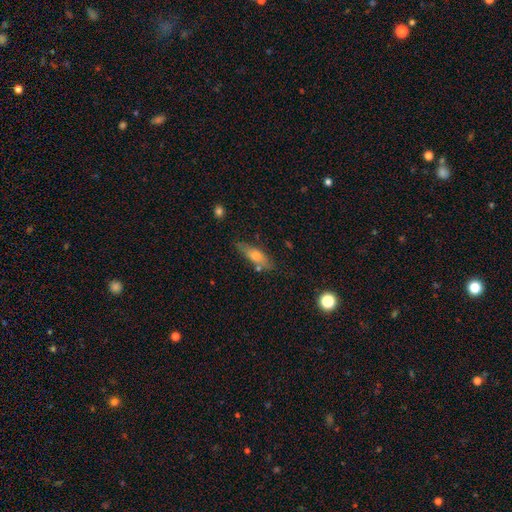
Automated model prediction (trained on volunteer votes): The model was most divided on "how rounded": in between: 54%, cigar-shaped: 44%, round: 3%. More confident: merging — none (70%); smooth or featured — smooth (68%).